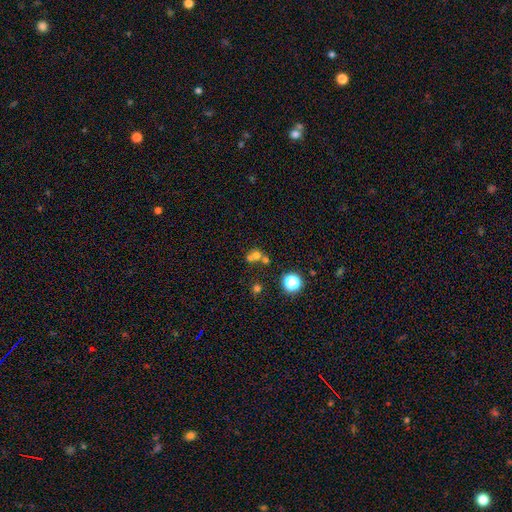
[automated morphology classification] A smooth galaxy with no disk features (62%) that is round (71%).

Vote fractions:
- Smooth or featured? smooth: 62% / star or artifact: 22% / featured or disk: 16%
- How rounded? round: 71% / in between: 28% / cigar-shaped: 2%
- Merging? merger: 53% / none: 33% / minor disturbance: 8% / major disturbance: 6%